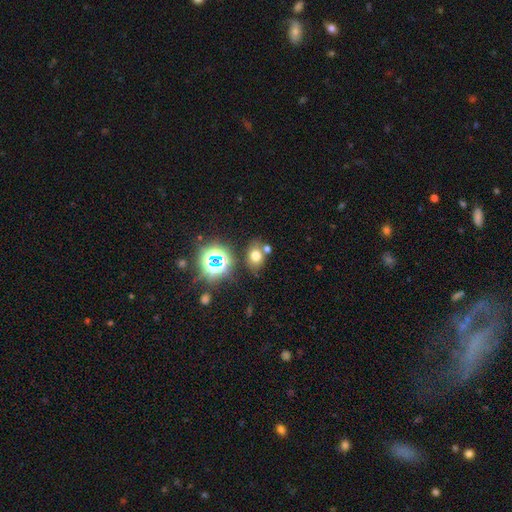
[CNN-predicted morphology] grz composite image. It shows a smooth galaxy with no disk features (64%) that is in between round and cigar-shaped (60%). Merging: none (70%).